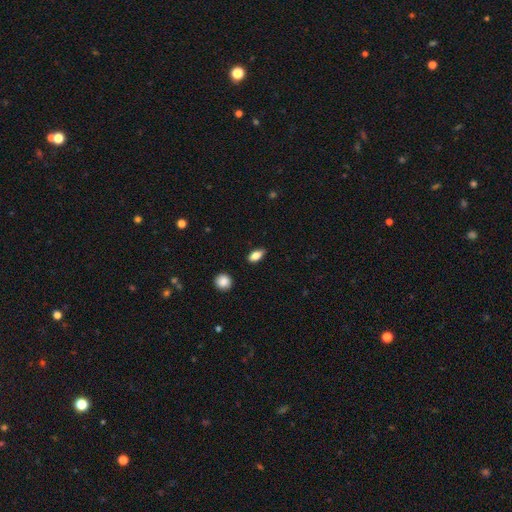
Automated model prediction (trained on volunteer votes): A smooth galaxy with no disk features (80%) that is in between round and cigar-shaped (84%).

Vote fractions:
- Smooth or featured? smooth: 80% / featured or disk: 13% / star or artifact: 8%
- How rounded? in between: 84% / cigar-shaped: 10% / round: 6%
- Merging? none: 84% / minor disturbance: 12% / major disturbance: 2% / merger: 1%